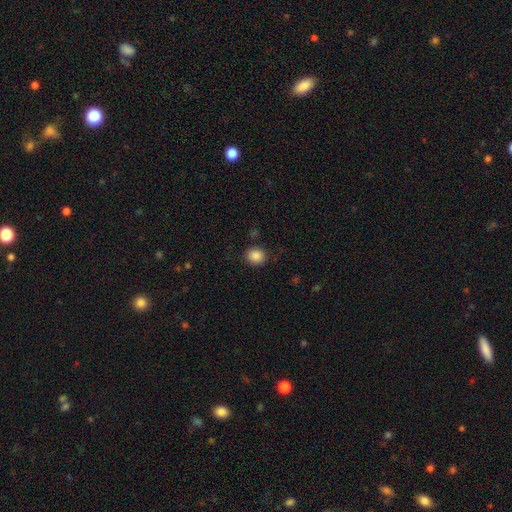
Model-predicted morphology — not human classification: Smooth or featured: smooth — 87% (star or artifact — 10%)
How rounded: round — 80% (in between — 19%)
Merging: none — 87% (minor disturbance — 8%)